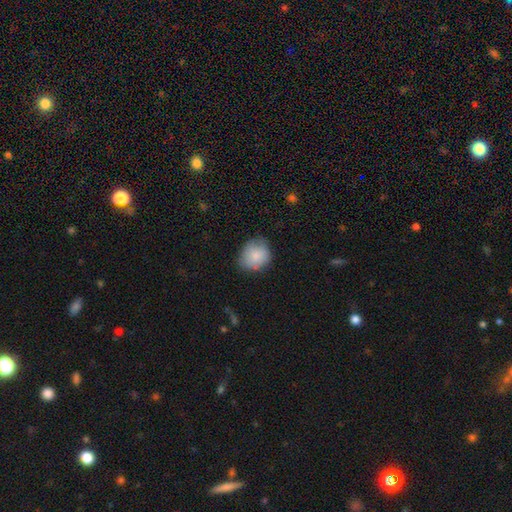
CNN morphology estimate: smooth_or_featured: smooth (p=0.83) [alt: featured or disk p=0.09]
how_rounded: round (p=0.67) [alt: in between p=0.32]
merging: none (p=0.70) [alt: minor disturbance p=0.24]